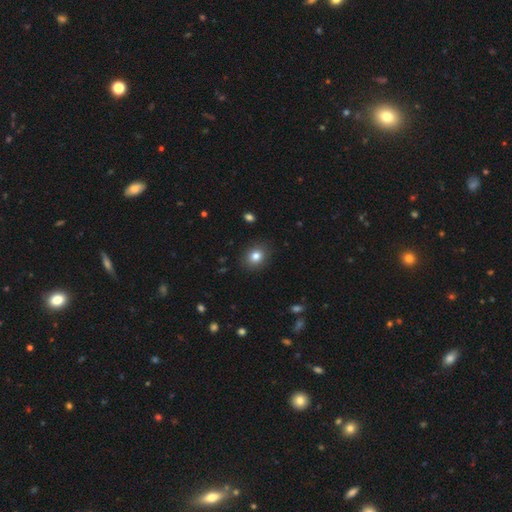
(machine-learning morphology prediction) A smooth galaxy with no disk features (81%) that is round (61%).

Vote fractions:
- Smooth or featured? smooth: 81% / star or artifact: 11% / featured or disk: 8%
- How rounded? round: 61% / in between: 38% / cigar-shaped: 1%
- Merging? none: 89% / minor disturbance: 8% / major disturbance: 2% / merger: 1%